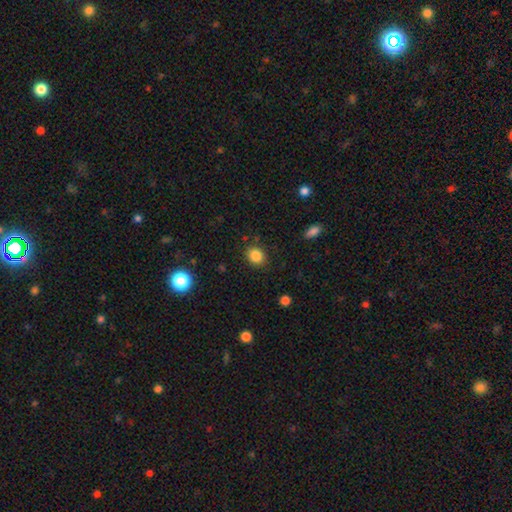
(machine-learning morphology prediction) Smooth or featured? Predicted: smooth (p=0.85). How rounded? Predicted: round (p=0.60). Merging? Predicted: none (p=0.87).